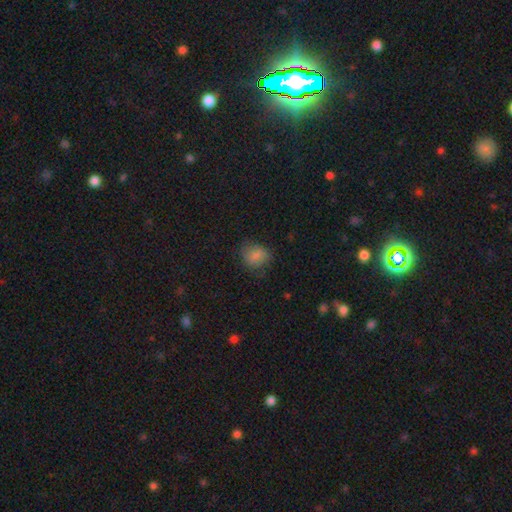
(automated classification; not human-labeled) smooth 80%, featured or disk 10%, star or artifact 10%. Down the decision tree: how rounded — round (61%); merging — none (70%).